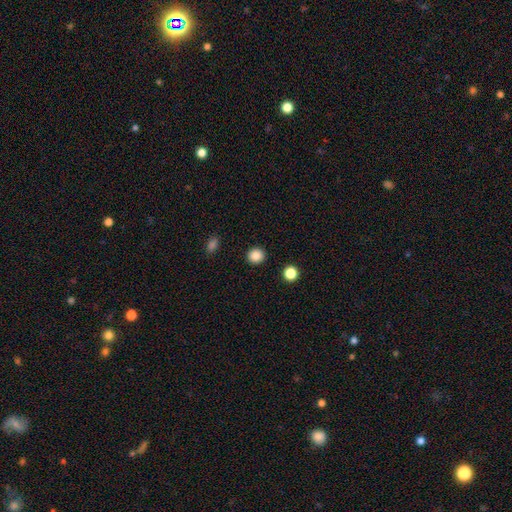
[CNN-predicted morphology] This appears to be a smooth galaxy with no disk features (87%) that is round (89%). Merging: none (92%).